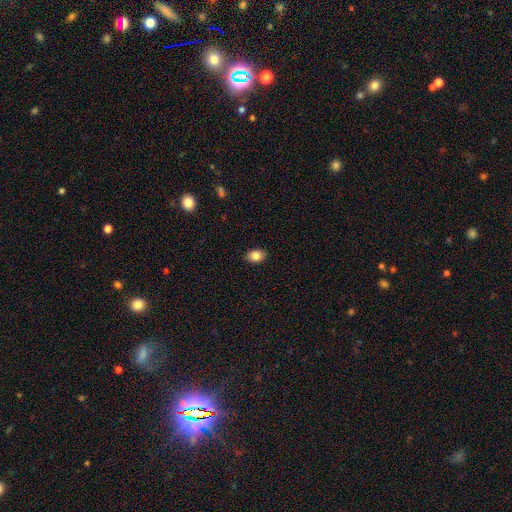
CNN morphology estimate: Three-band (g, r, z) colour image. It shows a smooth galaxy with no disk features (86%) that is in between round and cigar-shaped (76%). Merging: none (89%).